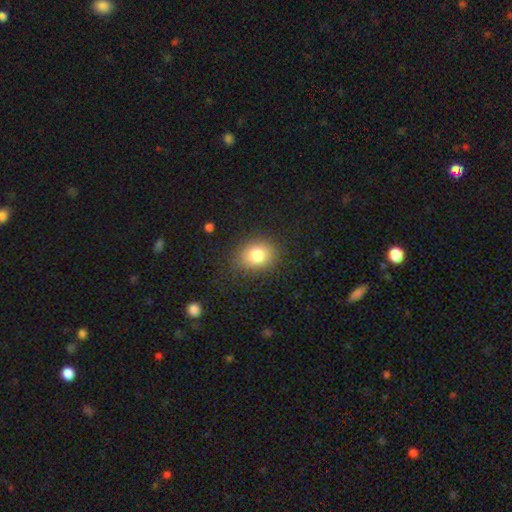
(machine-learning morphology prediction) Smooth or featured?
  - smooth: 81% *
  - star or artifact: 11%
  - featured or disk: 8%
How rounded?
  - in between: 50% *
  - round: 49%
  - cigar-shaped: 1%
Merging?
  - none: 85% *
  - minor disturbance: 11%
  - major disturbance: 3%
  - merger: 1%